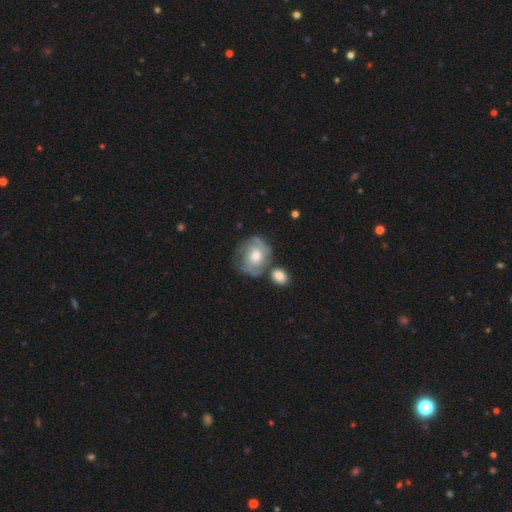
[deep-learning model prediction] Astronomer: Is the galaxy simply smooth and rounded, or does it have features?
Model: featured or disk — 61%.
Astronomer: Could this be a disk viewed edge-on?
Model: no — 97%.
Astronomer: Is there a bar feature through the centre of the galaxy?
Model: no — 75%.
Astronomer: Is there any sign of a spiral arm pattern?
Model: yes — 77%.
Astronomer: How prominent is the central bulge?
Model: moderate — 60%.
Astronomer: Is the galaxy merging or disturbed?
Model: none — 54%.